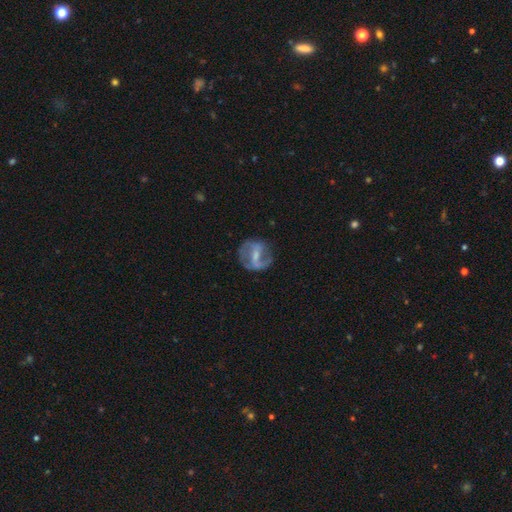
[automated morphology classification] Smooth or featured? Predicted: featured or disk (p=0.74). Edge-on disk? Predicted: no (p=0.96). Bar? Predicted: strong (p=0.42, tied with weak). Spiral arms? Predicted: yes (p=0.80). Spiral winding? Predicted: medium (p=0.43). Spiral arm count? Predicted: 2 (p=0.77). Bulge size? Predicted: small (p=0.41). Merging? Predicted: none (p=0.67).